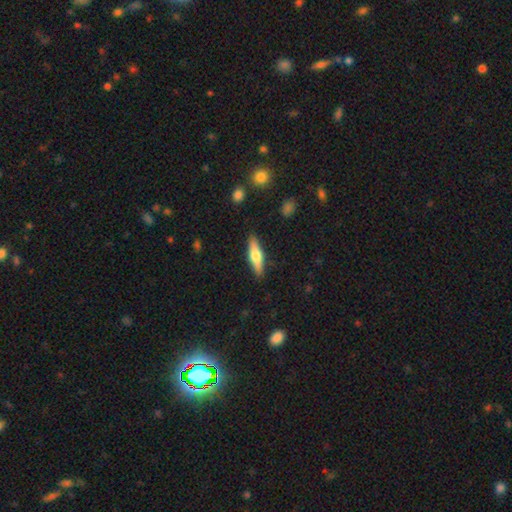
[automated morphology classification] Smooth or featured: smooth — 49% (featured or disk — 46%)
Merging: none — 88% (minor disturbance — 8%)